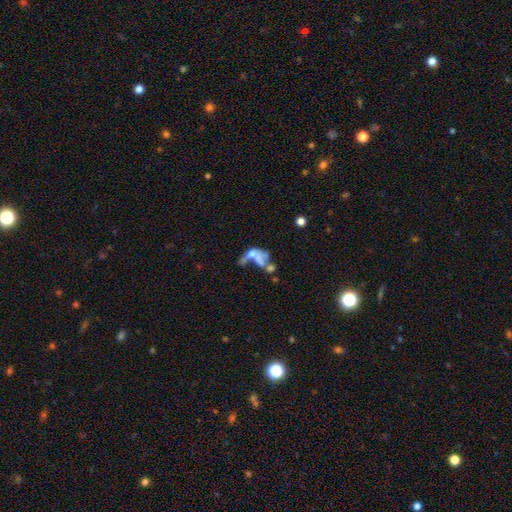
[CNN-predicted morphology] smooth_or_featured: featured or disk (p=0.50) [alt: smooth p=0.35]
merging: merger (p=0.52) [alt: major disturbance p=0.27]